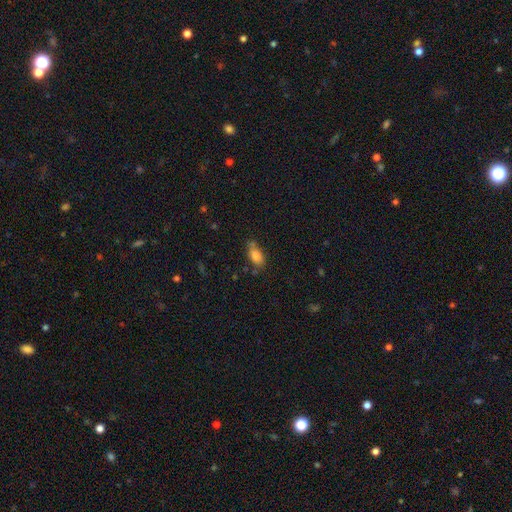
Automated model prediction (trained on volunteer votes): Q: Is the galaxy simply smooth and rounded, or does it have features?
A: smooth — 81%.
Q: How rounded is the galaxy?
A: in between — 85%.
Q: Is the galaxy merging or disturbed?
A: none — 60%.